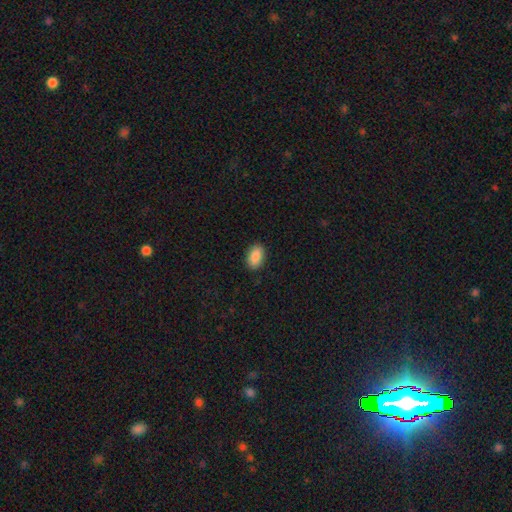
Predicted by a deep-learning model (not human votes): Smooth or featured? Predicted: smooth (p=0.89). How rounded? Predicted: in between (p=0.91). Merging? Predicted: none (p=0.89).